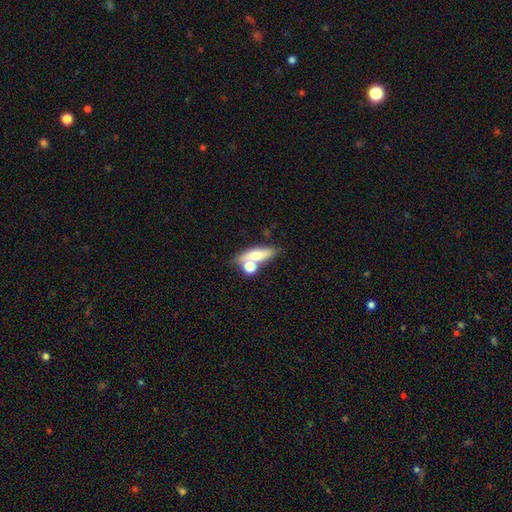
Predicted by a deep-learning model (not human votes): Overall: smooth (65%; featured or disk 26%). How rounded: in between (54%; cigar-shaped 31%). Merging: none (47%; merger 35%).